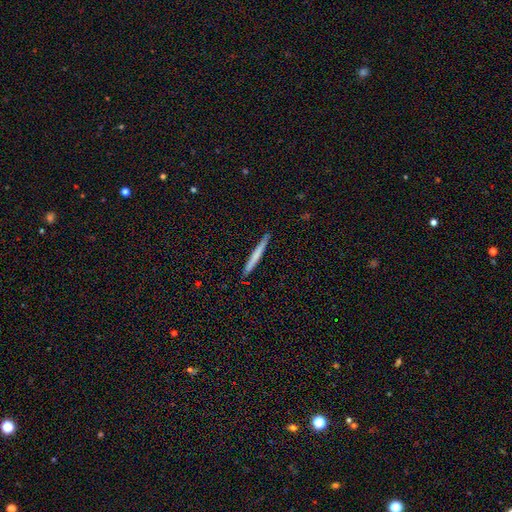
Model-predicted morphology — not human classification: A smooth galaxy with no disk features (65%) that is cigar-shaped (97%). Merging: none (91%).